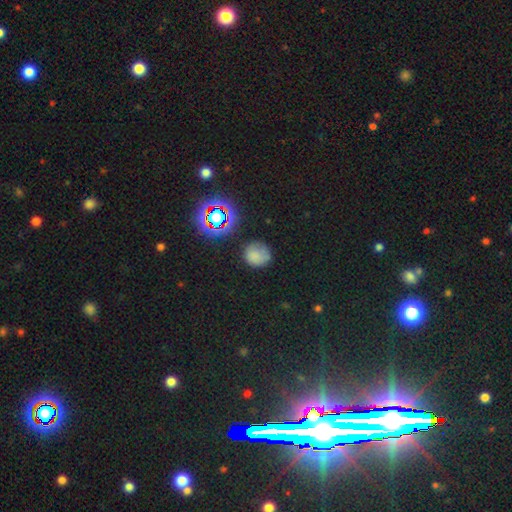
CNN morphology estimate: The model was most divided on "smooth or featured": smooth: 68%, star or artifact: 23%, featured or disk: 9%. More confident: how rounded — round (83%); merging — none (69%).